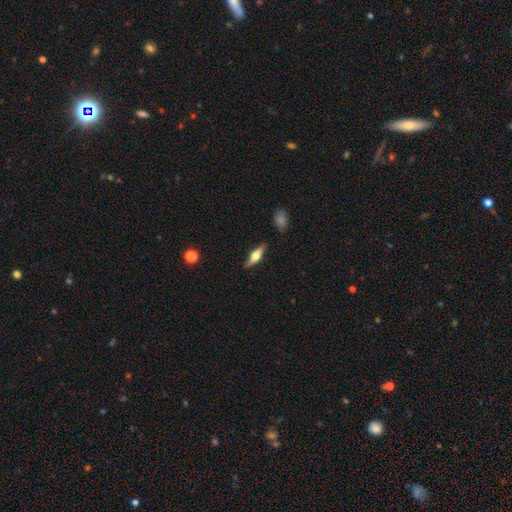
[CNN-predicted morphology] type=featured or disk (50%); edge-on=yes (93%); merging=none (85%).